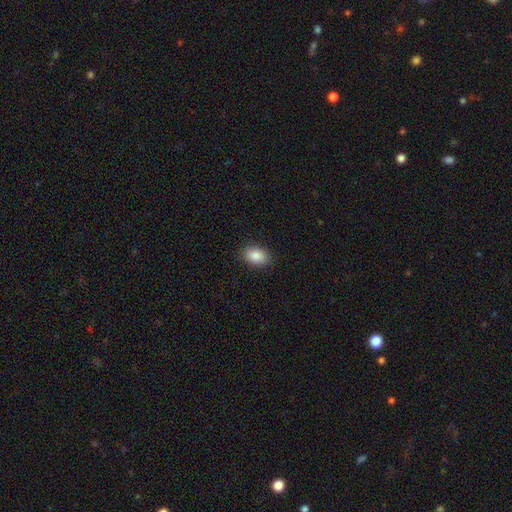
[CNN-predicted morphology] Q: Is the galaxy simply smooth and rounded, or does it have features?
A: smooth — 88%.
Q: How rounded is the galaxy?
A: in between — 84%.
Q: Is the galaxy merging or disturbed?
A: none — 89%.